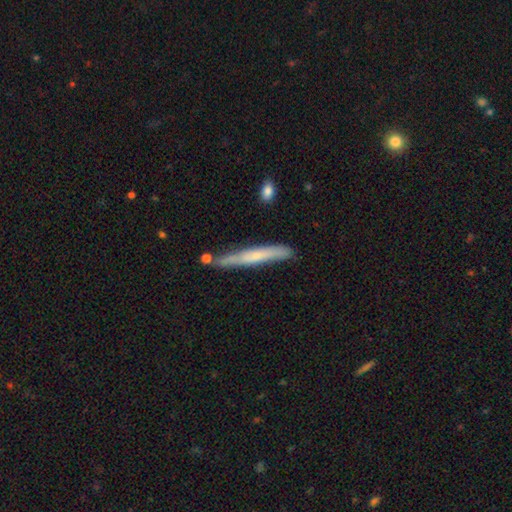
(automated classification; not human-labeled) A smooth galaxy with no disk features (47%, tied with featured or disk).

Vote fractions:
- Smooth or featured? smooth: 47% (tied) / featured or disk: 47% (tied) / star or artifact: 6%
- Merging? none: 71% / minor disturbance: 20% / merger: 6% / major disturbance: 4%